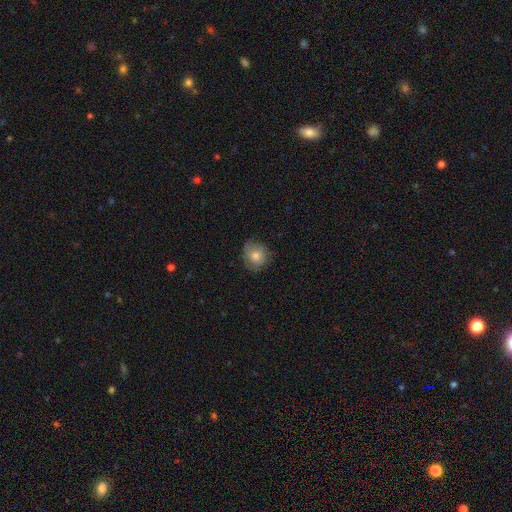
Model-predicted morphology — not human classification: This is likely a smooth galaxy (71%). How rounded: clearly round (80%). Merging: likely none (67%).